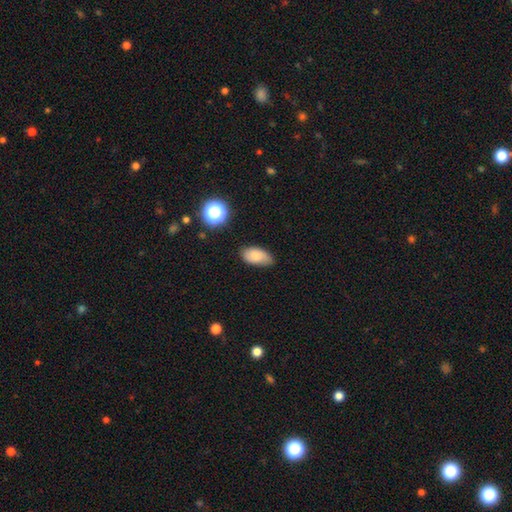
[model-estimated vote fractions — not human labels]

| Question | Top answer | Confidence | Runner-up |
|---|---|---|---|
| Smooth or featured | smooth | 80% | featured or disk (11%) |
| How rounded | in between | 92% | round (6%) |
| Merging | none | 66% | minor disturbance (28%) |